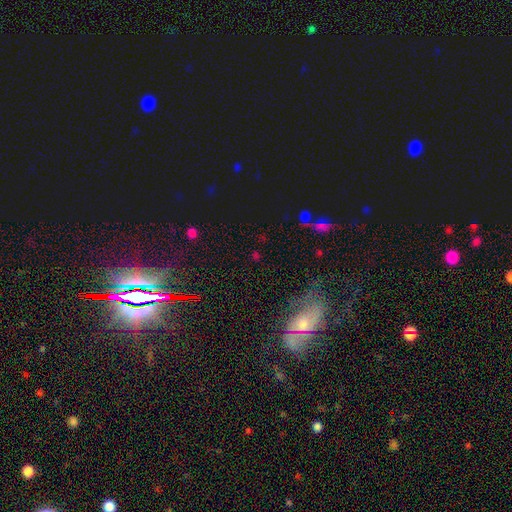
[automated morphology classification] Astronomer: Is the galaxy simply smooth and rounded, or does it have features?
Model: star or artifact — 65%.